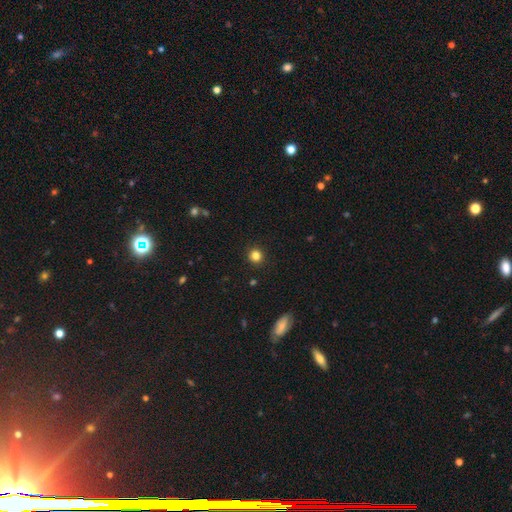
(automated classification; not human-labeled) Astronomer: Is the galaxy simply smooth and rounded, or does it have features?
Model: smooth — 83%.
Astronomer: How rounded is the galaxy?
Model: round — 90%.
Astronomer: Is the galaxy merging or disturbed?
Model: none — 92%.